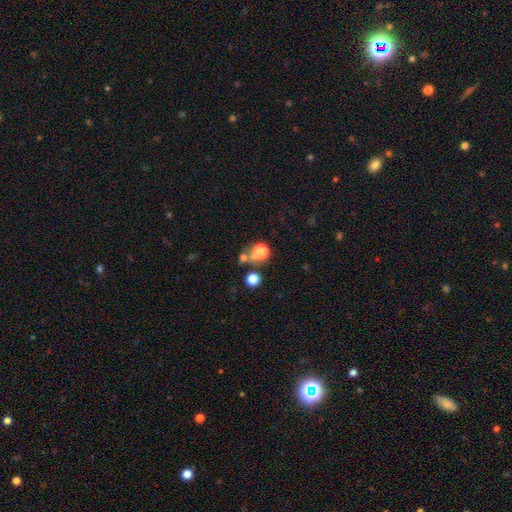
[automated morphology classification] Smooth or featured? smooth (58%)
How rounded? round (81%)
Merging? none (58%)